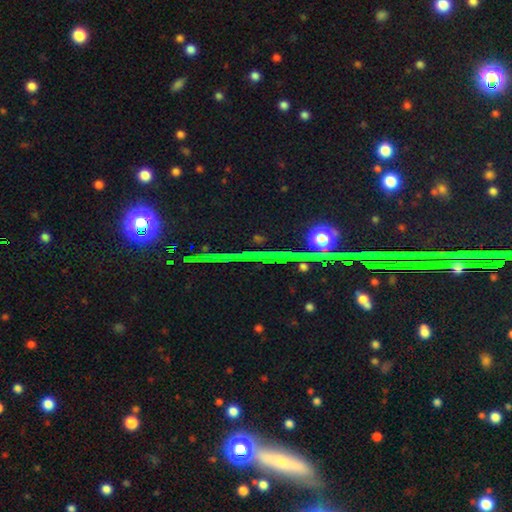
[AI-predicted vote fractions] smooth_or_featured: star or artifact (p=0.71) [alt: featured or disk p=0.17]